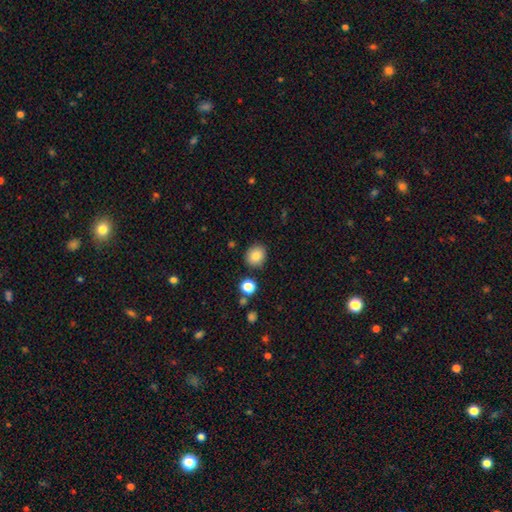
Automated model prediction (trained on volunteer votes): Smooth or featured? Predicted: smooth (p=0.83). How rounded? Predicted: round (p=0.80). Merging? Predicted: none (p=0.87).